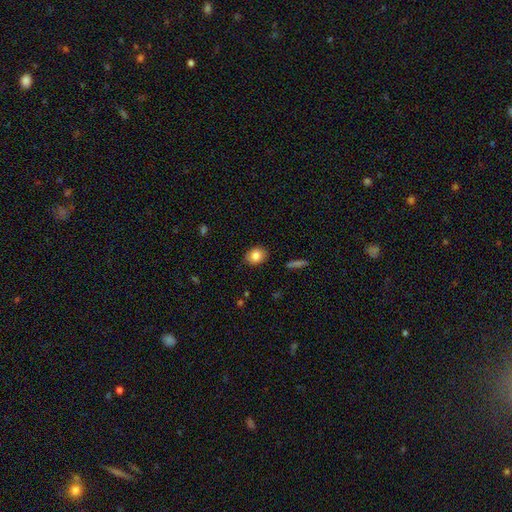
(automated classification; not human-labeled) smooth-or-featured: smooth: 83% | star or artifact: 9% | featured or disk: 8%
  how-rounded: round: 52% | in between: 47% | cigar-shaped: 1%
  merging: none: 85% | minor disturbance: 12% | major disturbance: 2% | merger: 1%